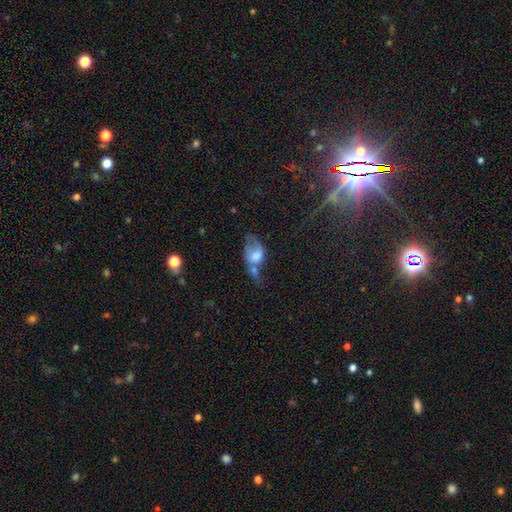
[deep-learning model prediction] Morphology: type=smooth (54%); roundness=in between (80%); merging=merger (41%).